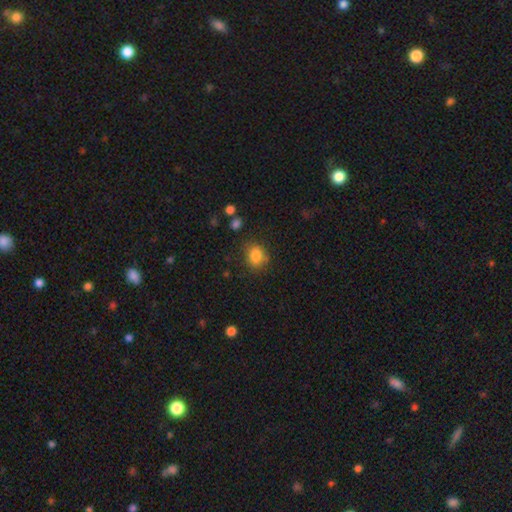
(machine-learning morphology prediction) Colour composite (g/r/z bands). It shows a smooth galaxy with no disk features (83%) that is round (69%). Merging: none (77%).